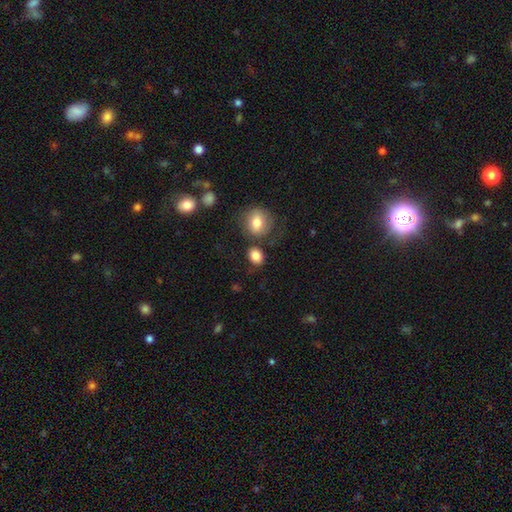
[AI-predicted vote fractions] This is clearly a smooth galaxy (84%). How rounded: possibly in between (51%). Merging: likely none (70%).